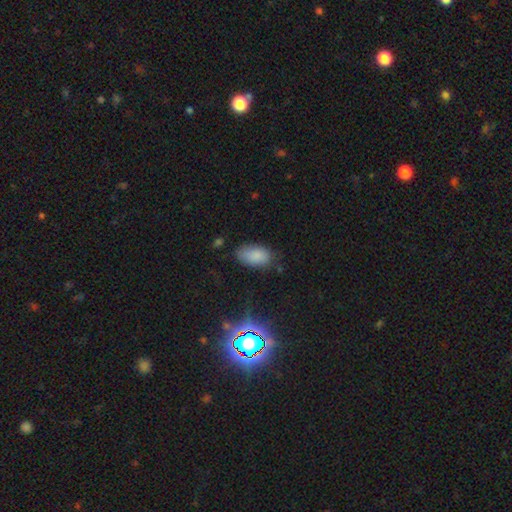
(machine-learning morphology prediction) This appears to be a smooth galaxy with no disk features (83%) that is in between round and cigar-shaped (94%). Merging: none (74%).